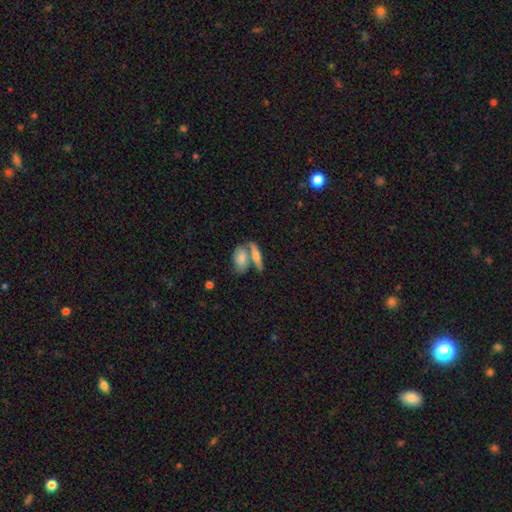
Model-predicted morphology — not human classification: A smooth galaxy with no disk features (57%) that is in between round and cigar-shaped (49%).

Vote fractions:
- Smooth or featured? smooth: 57% / featured or disk: 36% / star or artifact: 7%
- How rounded? in between: 49% / cigar-shaped: 45% / round: 6%
- Merging? none: 46% / merger: 41% / minor disturbance: 9% / major disturbance: 3%